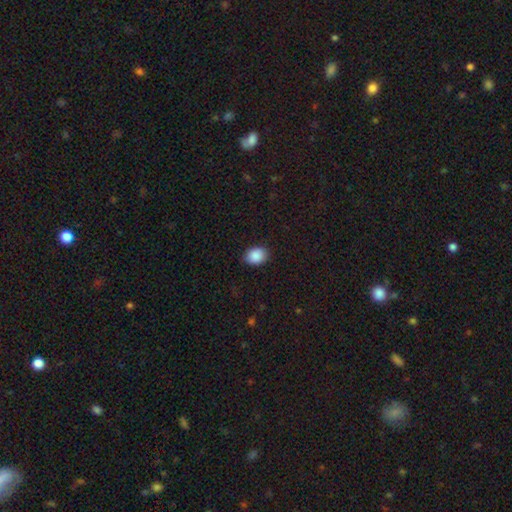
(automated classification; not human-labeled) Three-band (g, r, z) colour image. It shows a smooth galaxy with no disk features (89%) that is in between round and cigar-shaped (61%). Merging: none (87%).